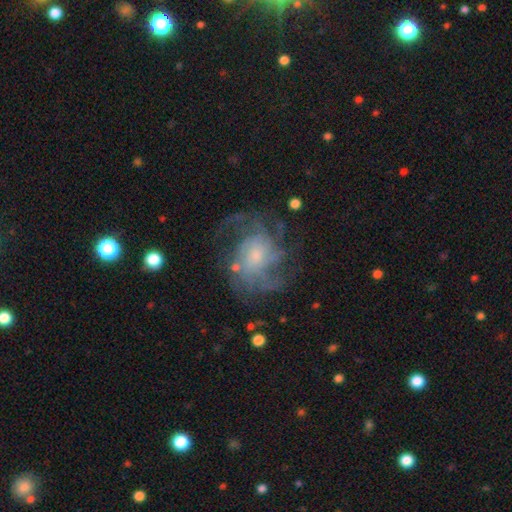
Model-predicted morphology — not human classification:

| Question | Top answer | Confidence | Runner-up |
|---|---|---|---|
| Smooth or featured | featured or disk | 79% | smooth (13%) |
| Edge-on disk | no | 98% | yes (2%) |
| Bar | no | 70% | weak (26%) |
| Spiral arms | yes | 90% | no (10%) |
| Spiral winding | medium | 42% | tight (35%) |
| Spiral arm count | can't tell | 35% | 3 (18%) |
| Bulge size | small | 49% | moderate (35%) |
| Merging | none | 61% | major disturbance (19%) |